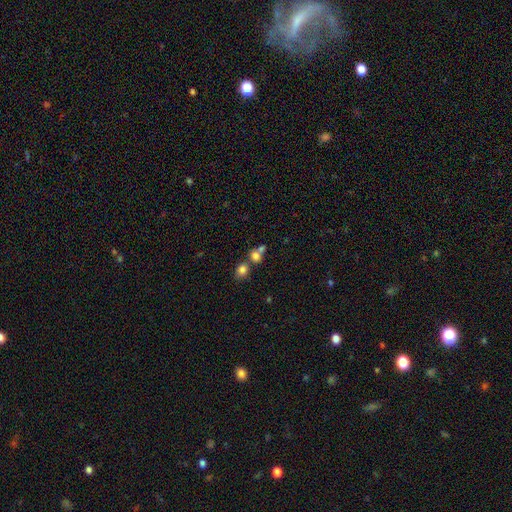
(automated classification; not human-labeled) Overall: smooth (75%). How rounded: round (66%; in between 33%). Merging: merger (48%; none 40%).